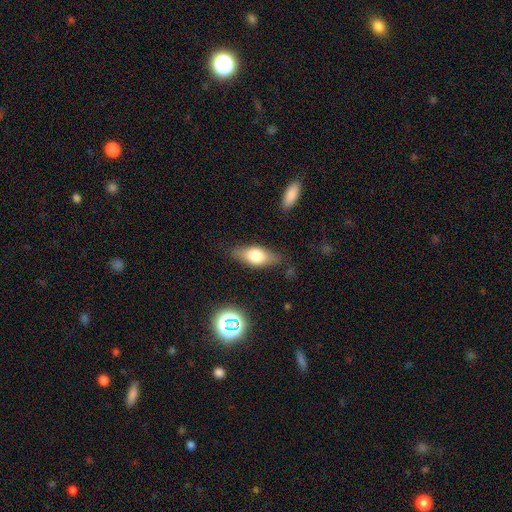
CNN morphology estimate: Smooth or featured?
  - smooth: 65% *
  - featured or disk: 26%
  - star or artifact: 8%
How rounded?
  - in between: 79% *
  - cigar-shaped: 16%
  - round: 5%
Merging?
  - none: 76% *
  - minor disturbance: 17%
  - major disturbance: 5%
  - merger: 2%